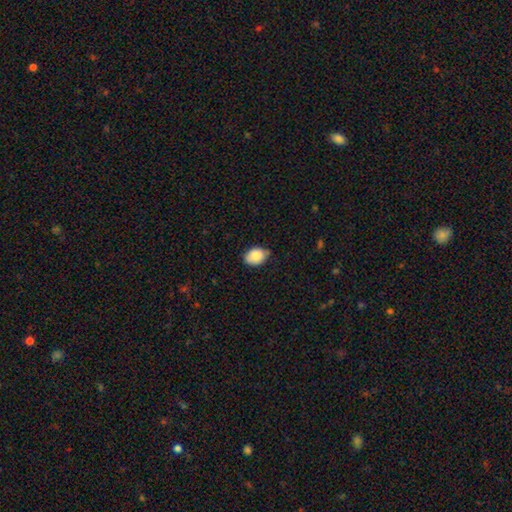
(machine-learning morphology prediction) Overall: smooth (85%). How rounded: in between (73%). Merging: none (69%).